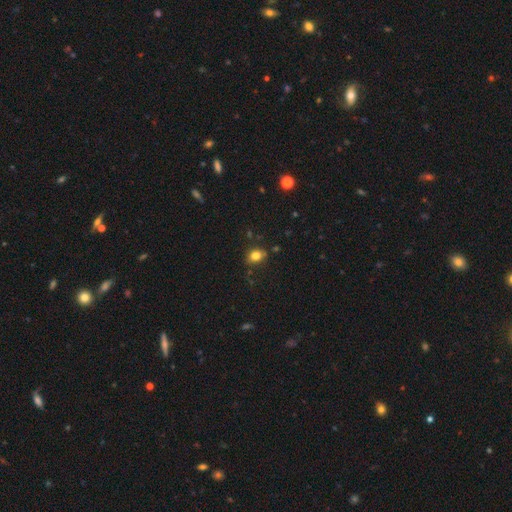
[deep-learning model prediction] Smooth or featured: smooth — 81% (star or artifact — 12%)
How rounded: in between — 52% (round — 47%)
Merging: none — 78% (minor disturbance — 16%)